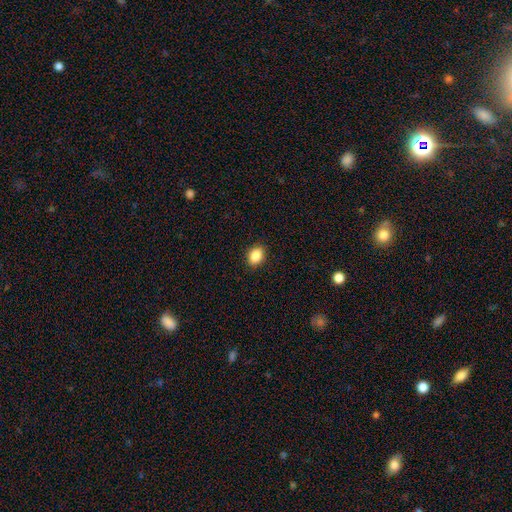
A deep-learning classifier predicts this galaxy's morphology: Overall: smooth (88%). How rounded: in between (65%; round 34%). Merging: none (89%).